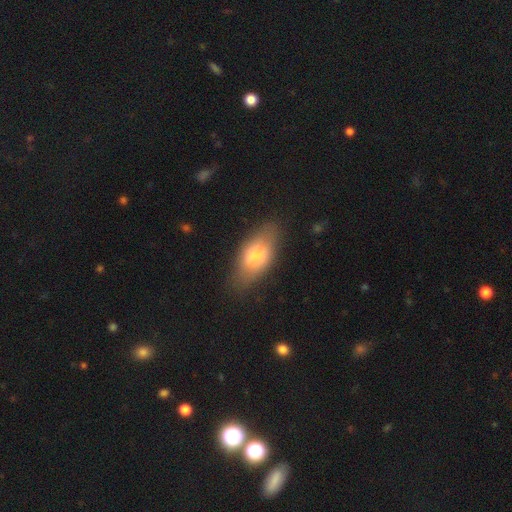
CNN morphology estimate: A smooth galaxy with no disk features (66%) that is in between round and cigar-shaped (85%). Merging: none (79%).